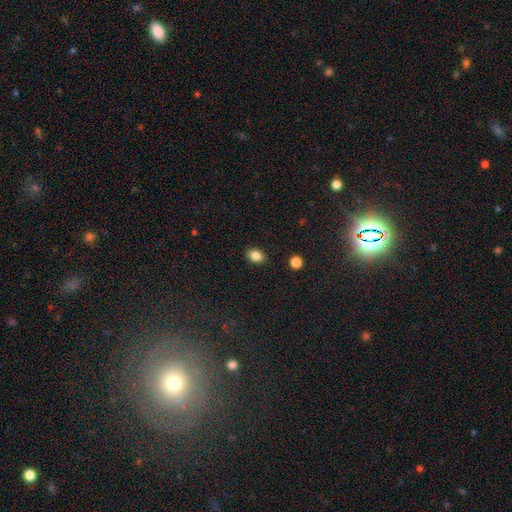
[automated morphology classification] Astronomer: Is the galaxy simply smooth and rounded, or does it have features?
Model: smooth — 86%.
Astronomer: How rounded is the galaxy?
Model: in between — 75%.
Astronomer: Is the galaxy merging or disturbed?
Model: none — 88%.